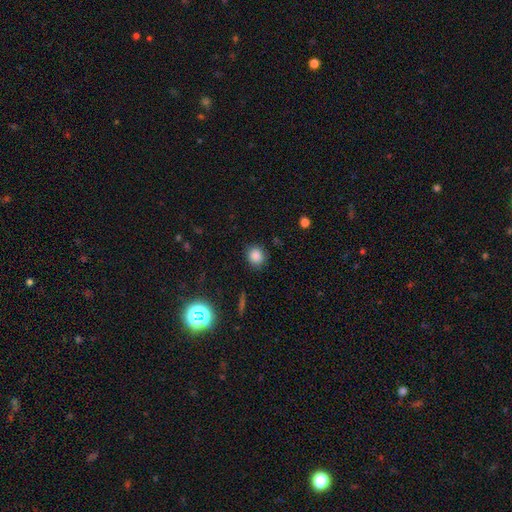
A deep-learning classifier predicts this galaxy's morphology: The model was most divided on "how rounded": round: 81%, in between: 18%, cigar-shaped: 1%. More confident: merging — none (84%); smooth or featured — smooth (84%).